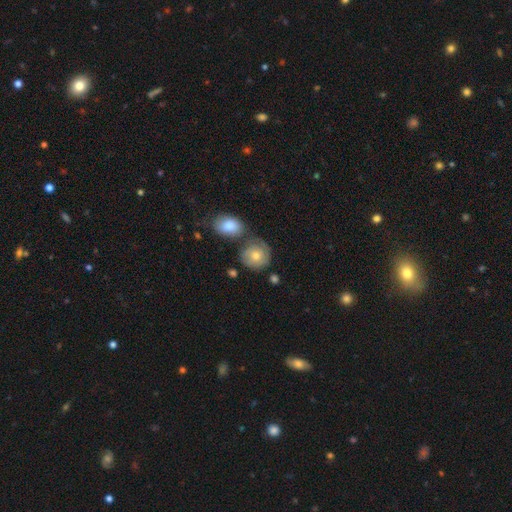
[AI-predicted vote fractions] Smooth or featured? smooth (64%)
How rounded? round (81%)
Merging? none (52%)